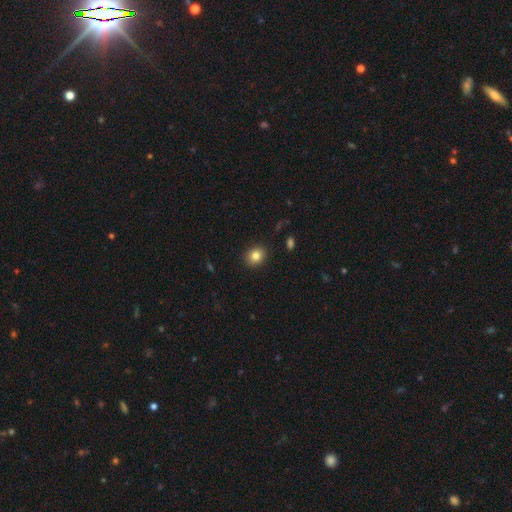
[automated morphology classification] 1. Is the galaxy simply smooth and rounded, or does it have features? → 84% smooth, 10% star or artifact, 6% featured or disk.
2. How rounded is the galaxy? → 63% round, 36% in between, 1% cigar-shaped.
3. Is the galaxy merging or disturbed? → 90% none, 7% minor disturbance, 2% major disturbance, 1% merger.